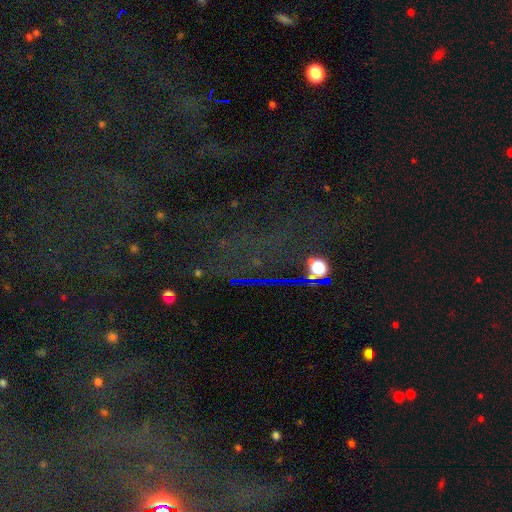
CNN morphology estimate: Overall: star or artifact (80%).